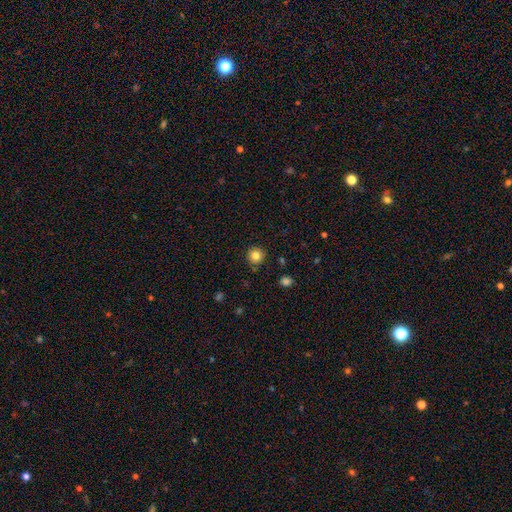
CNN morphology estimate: The model was most divided on "smooth or featured": smooth: 82%, star or artifact: 11%, featured or disk: 7%. More confident: how rounded — round (93%); merging — none (89%).